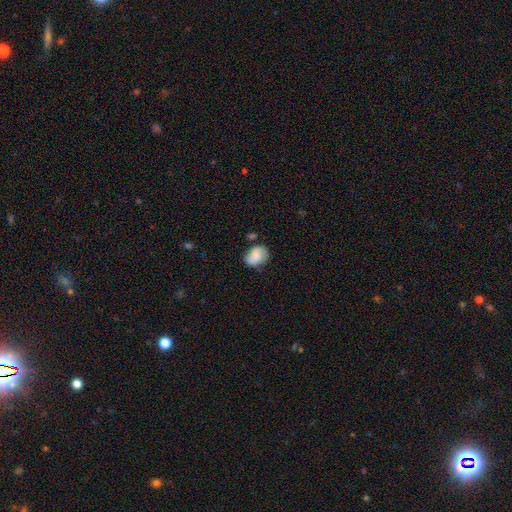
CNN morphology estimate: Overall: smooth (72%). How rounded: in between (66%; round 33%). Merging: none (61%; minor disturbance 26%).